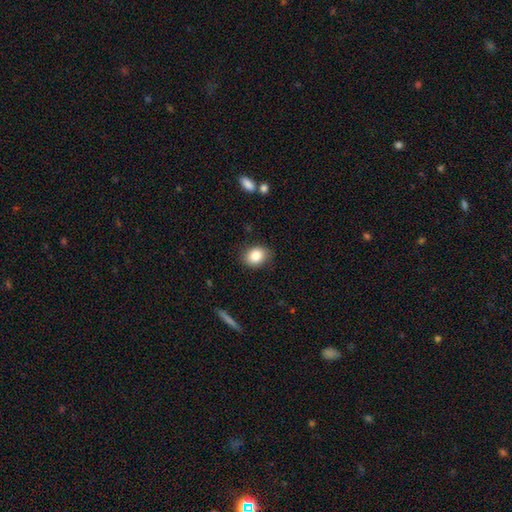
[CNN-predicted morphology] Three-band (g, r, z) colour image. It shows a smooth galaxy with no disk features (83%) that is in between round and cigar-shaped (55%). Merging: none (85%).